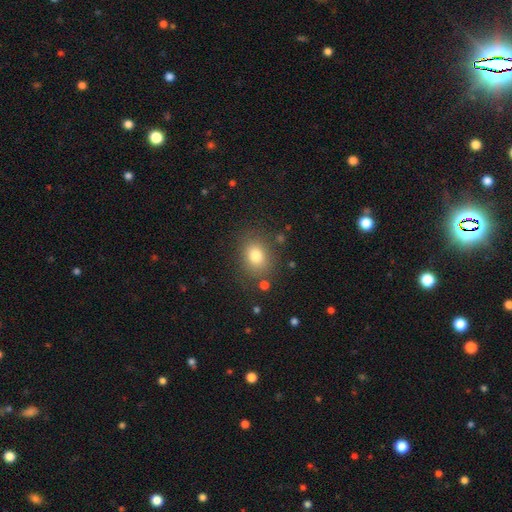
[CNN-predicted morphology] This appears to be a smooth galaxy with no disk features (79%) that is round (58%). Merging: none (81%).